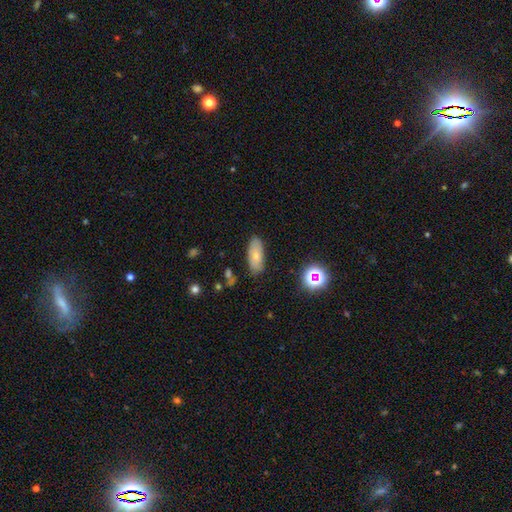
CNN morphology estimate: smooth_or_featured: smooth (p=0.70) [alt: featured or disk p=0.21]
how_rounded: in between (p=0.80) [alt: cigar-shaped p=0.16]
merging: none (p=0.81) [alt: minor disturbance p=0.14]